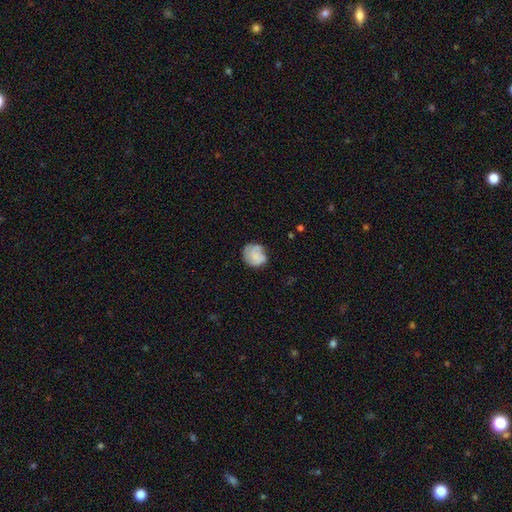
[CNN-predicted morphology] Smooth or featured: smooth — 61% (featured or disk — 31%)
How rounded: round — 79% (in between — 20%)
Merging: none — 67% (minor disturbance — 23%)